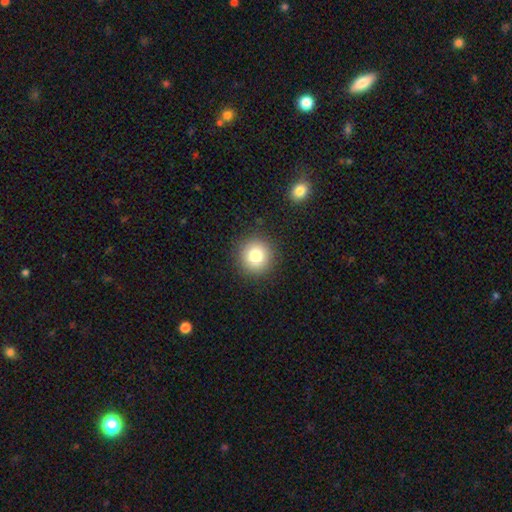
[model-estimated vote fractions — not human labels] This appears to be a smooth galaxy with no disk features (80%) that is round (94%). Merging: none (91%).